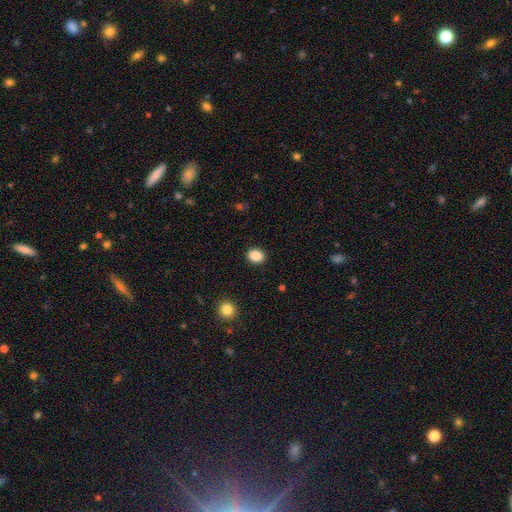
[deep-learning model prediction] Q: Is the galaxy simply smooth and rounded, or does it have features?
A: smooth — 88%.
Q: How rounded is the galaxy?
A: in between — 51%.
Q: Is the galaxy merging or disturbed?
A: none — 90%.